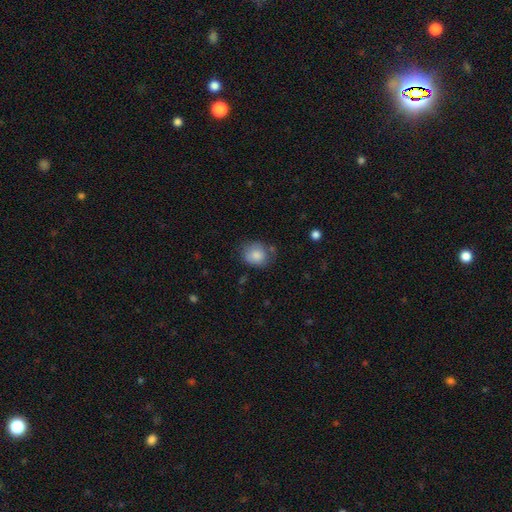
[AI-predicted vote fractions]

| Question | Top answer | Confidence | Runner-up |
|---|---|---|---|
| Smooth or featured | smooth | 82% | featured or disk (10%) |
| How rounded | round | 64% | in between (35%) |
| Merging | none | 65% | minor disturbance (24%) |